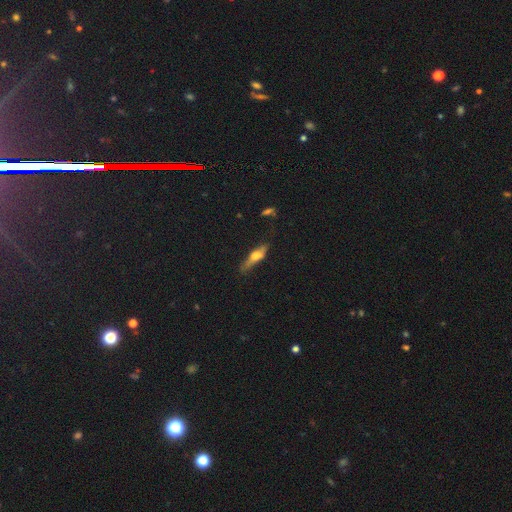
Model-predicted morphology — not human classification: Smooth or featured: featured or disk — 49% (smooth — 44%)
Merging: none — 67% (minor disturbance — 23%)